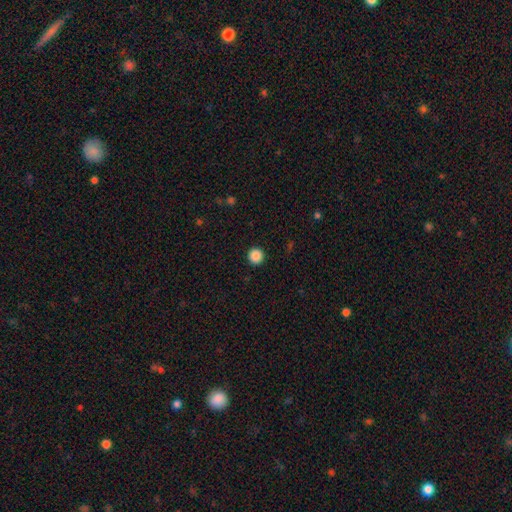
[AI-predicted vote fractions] A smooth galaxy with no disk features (88%) that is round (96%).

Vote fractions:
- Smooth or featured? smooth: 88% / star or artifact: 9% / featured or disk: 3%
- How rounded? round: 96% / in between: 3% / cigar-shaped: 1%
- Merging? none: 94% / minor disturbance: 4% / major disturbance: 2% / merger: 1%